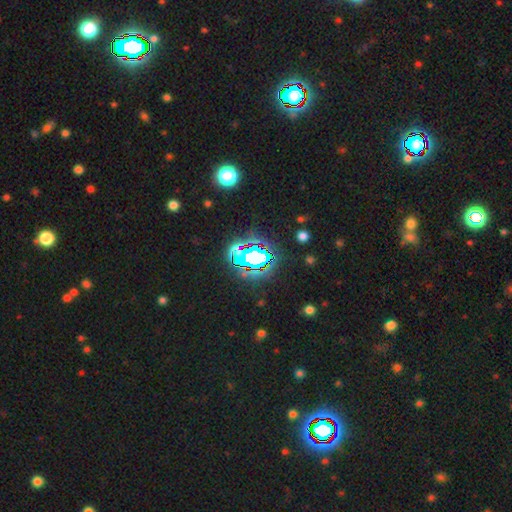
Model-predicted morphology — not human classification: Smooth or featured: star or artifact — 70% (smooth — 18%)